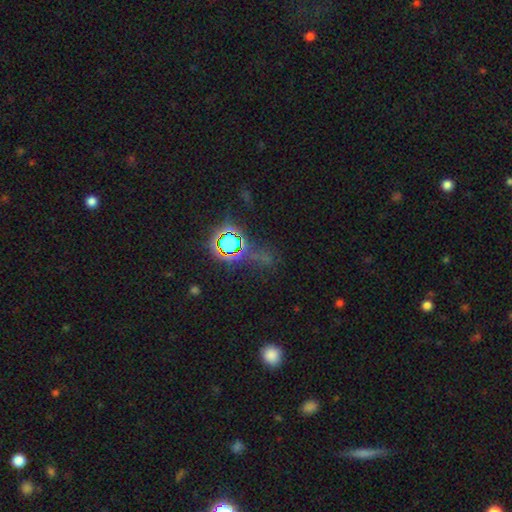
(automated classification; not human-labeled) Smooth or featured?
  - star or artifact: 72% *
  - smooth: 19%
  - featured or disk: 9%